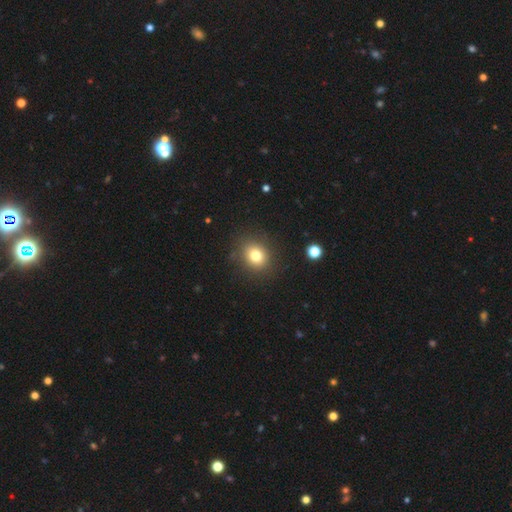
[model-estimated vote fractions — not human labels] Q: Smooth or featured?
A: smooth (78%); runner-up: star or artifact (13%)
Q: How rounded?
A: round (67%); runner-up: in between (32%)
Q: Merging?
A: none (87%); runner-up: minor disturbance (9%)